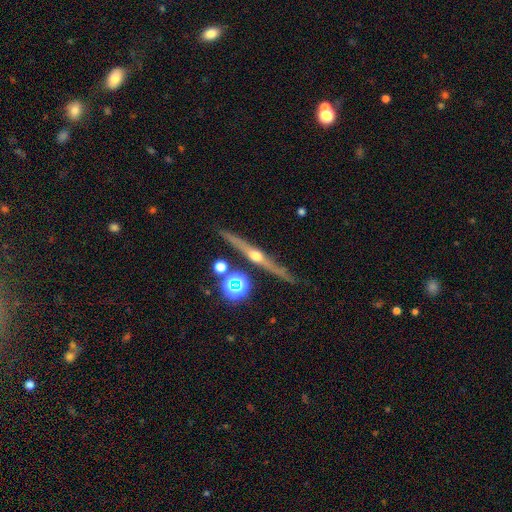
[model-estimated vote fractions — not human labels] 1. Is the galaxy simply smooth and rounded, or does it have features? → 80% featured or disk, 11% smooth, 9% star or artifact.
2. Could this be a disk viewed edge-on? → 97% yes, 3% no.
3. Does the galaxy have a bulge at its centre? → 95% rounded, 3% none, 3% boxy.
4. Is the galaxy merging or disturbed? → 85% none, 10% minor disturbance, 3% merger, 2% major disturbance.